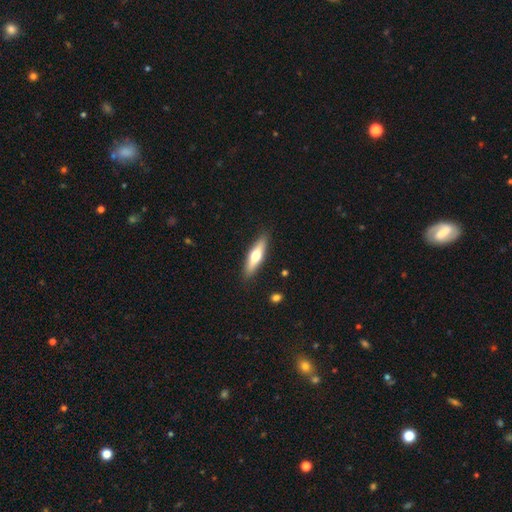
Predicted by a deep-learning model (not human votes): smooth-or-featured: smooth: 50% | featured or disk: 44% | star or artifact: 5%
  how-rounded: cigar-shaped: 70% | in between: 28% | round: 2%
  merging: none: 88% | minor disturbance: 8% | major disturbance: 2% | merger: 1%